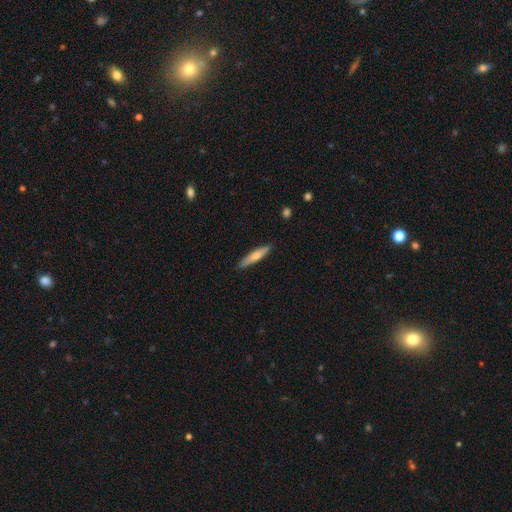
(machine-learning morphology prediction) Smooth or featured?
  - smooth: 62% *
  - featured or disk: 33%
  - star or artifact: 5%
How rounded?
  - cigar-shaped: 87% *
  - in between: 12%
  - round: 1%
Merging?
  - none: 89% *
  - minor disturbance: 8%
  - major disturbance: 2%
  - merger: 1%